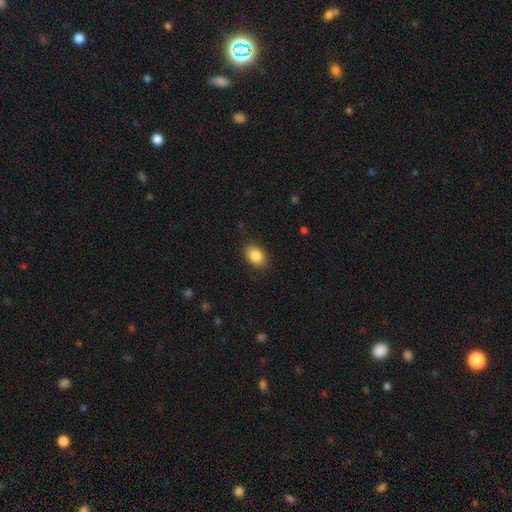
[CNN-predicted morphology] Smooth or featured: smooth — 86% (star or artifact — 8%)
How rounded: in between — 80% (round — 19%)
Merging: none — 86% (minor disturbance — 10%)